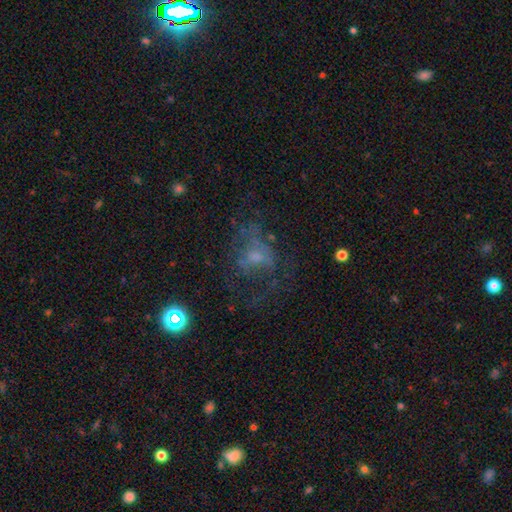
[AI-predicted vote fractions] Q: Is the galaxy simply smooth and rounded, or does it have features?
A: featured or disk — 50%.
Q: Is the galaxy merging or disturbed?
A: major disturbance — 41%.